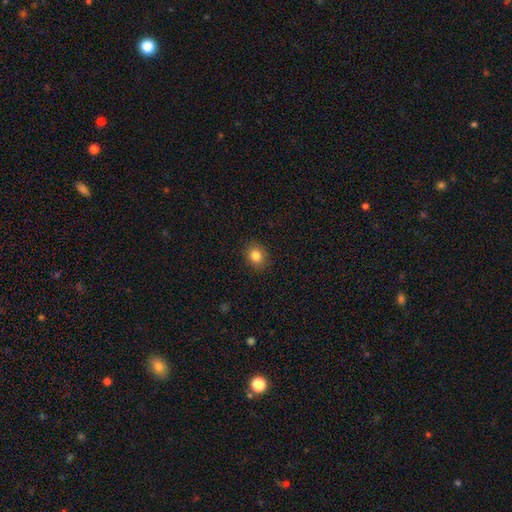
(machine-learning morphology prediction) Q: Smooth or featured?
A: smooth (82%); runner-up: star or artifact (11%)
Q: How rounded?
A: round (66%); runner-up: in between (34%)
Q: Merging?
A: none (90%); runner-up: minor disturbance (7%)